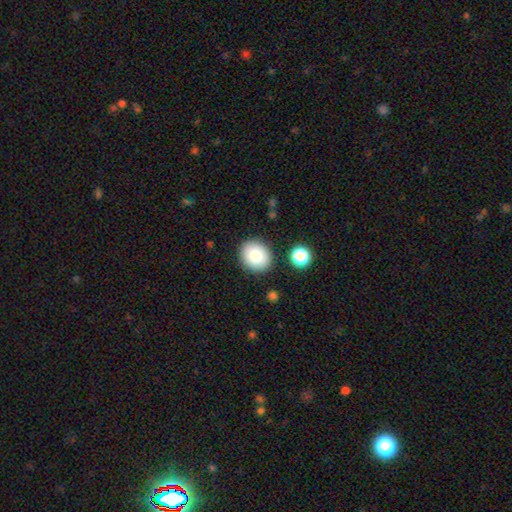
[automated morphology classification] The model was most divided on "how rounded": round: 66%, in between: 33%, cigar-shaped: 1%. More confident: merging — none (87%); smooth or featured — smooth (80%).